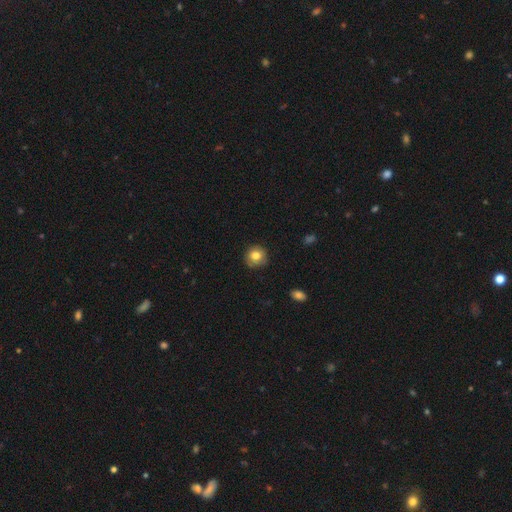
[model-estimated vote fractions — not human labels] The model was most divided on "smooth or featured": smooth: 80%, featured or disk: 11%, star or artifact: 9%. More confident: how rounded — round (90%); merging — none (85%).